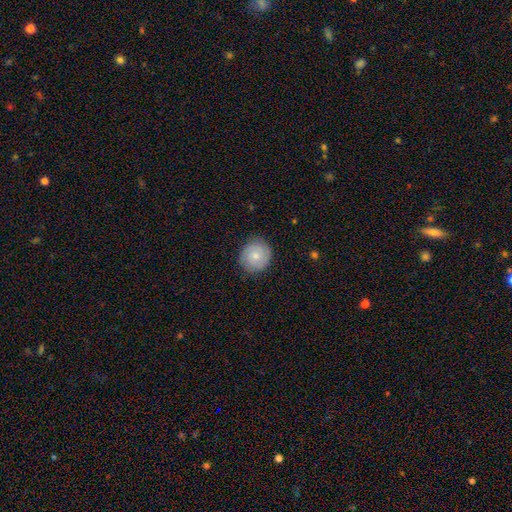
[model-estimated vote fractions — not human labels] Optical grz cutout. It shows a smooth galaxy with no disk features (62%) that is round (87%). Merging: none (84%).